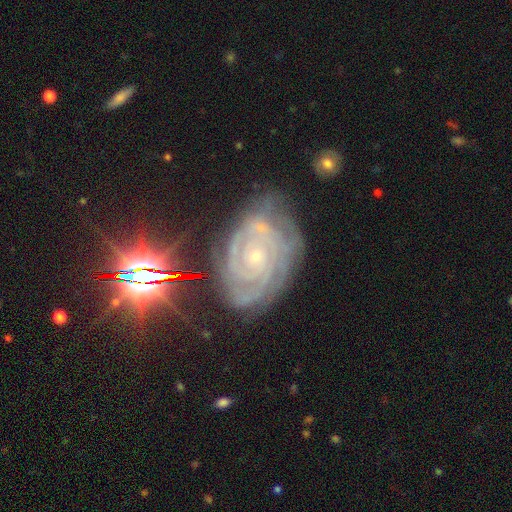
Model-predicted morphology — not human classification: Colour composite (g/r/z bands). It shows a featured or disk galaxy (83%) with no bar (76%), tight (79%) spiral arms (97%) and a small central bulge (79%). Merging: none (69%).